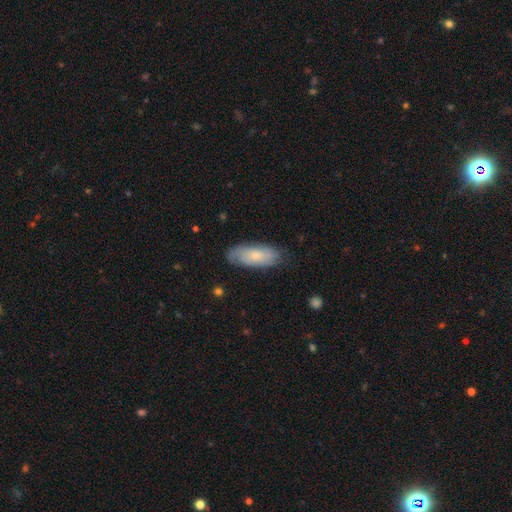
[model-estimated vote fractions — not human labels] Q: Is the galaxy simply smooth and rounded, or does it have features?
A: smooth — 61%.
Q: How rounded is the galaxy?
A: in between — 78%.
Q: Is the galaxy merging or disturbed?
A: none — 76%.